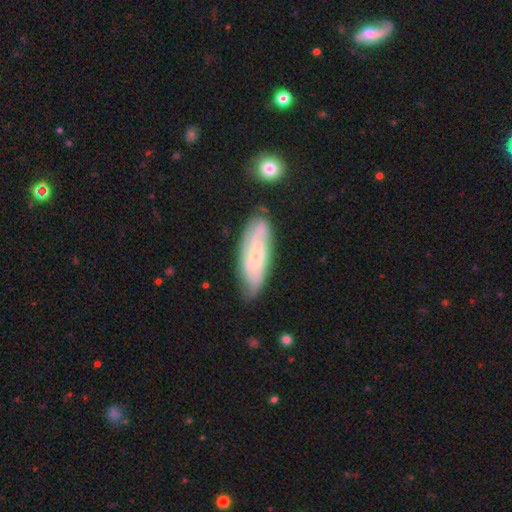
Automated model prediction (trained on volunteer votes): Morphology: type=featured or disk (66%); edge-on=no (84%); bar=no (54%); spiral arms=yes (90%); winding=tight (47%); arm count=can't tell (39%); bulge=small (66%); merging=none (71%).